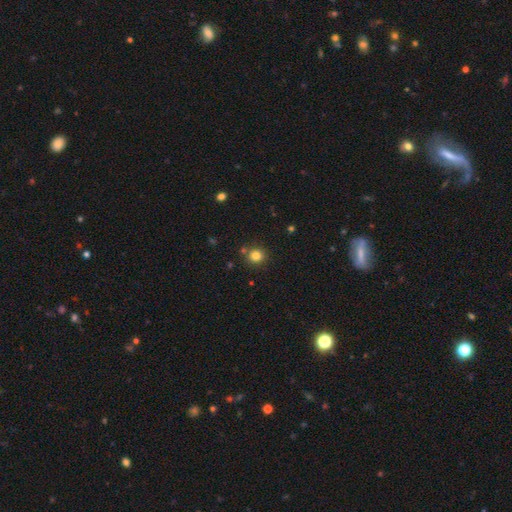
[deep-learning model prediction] Smooth or featured? Predicted: smooth (p=0.81). How rounded? Predicted: round (p=0.88). Merging? Predicted: none (p=0.82).